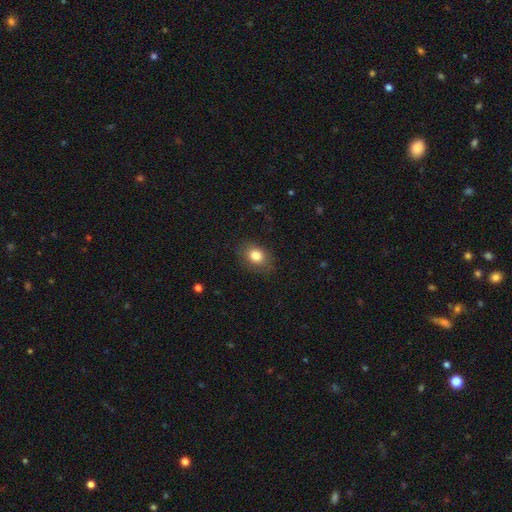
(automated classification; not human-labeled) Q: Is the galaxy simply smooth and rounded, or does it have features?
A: smooth — 82%.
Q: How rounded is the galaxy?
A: in between — 58%.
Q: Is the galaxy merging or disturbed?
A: none — 82%.